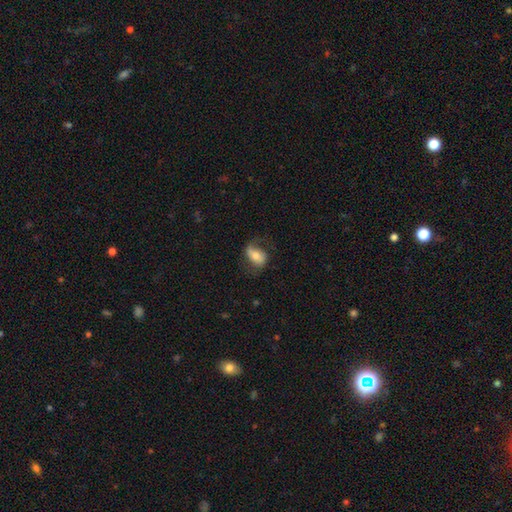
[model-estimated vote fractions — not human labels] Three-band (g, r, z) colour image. It shows a smooth galaxy with no disk features (54%) that is in between round and cigar-shaped (86%). Merging: none (59%).